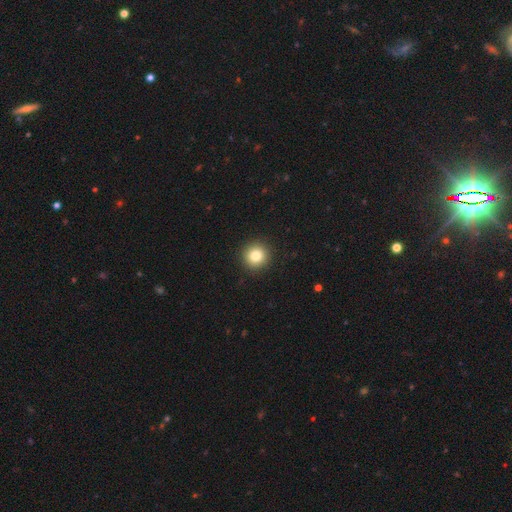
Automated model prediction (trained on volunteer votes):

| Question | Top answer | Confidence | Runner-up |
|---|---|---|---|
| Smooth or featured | smooth | 82% | star or artifact (11%) |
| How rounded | round | 95% | in between (4%) |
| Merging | none | 93% | minor disturbance (5%) |